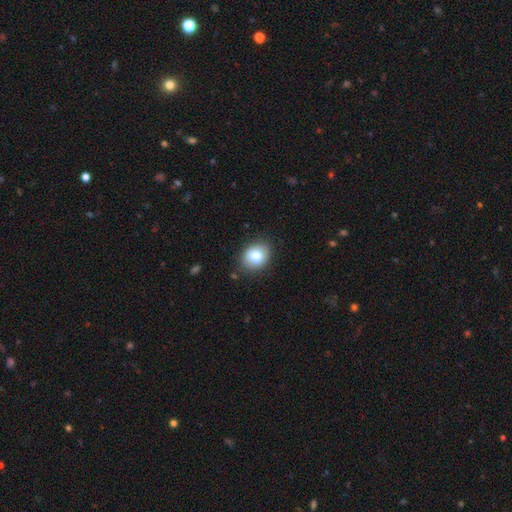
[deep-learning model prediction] smooth 79%, featured or disk 12%, star or artifact 9%. Down the decision tree: how rounded — in between (52%); merging — none (86%).